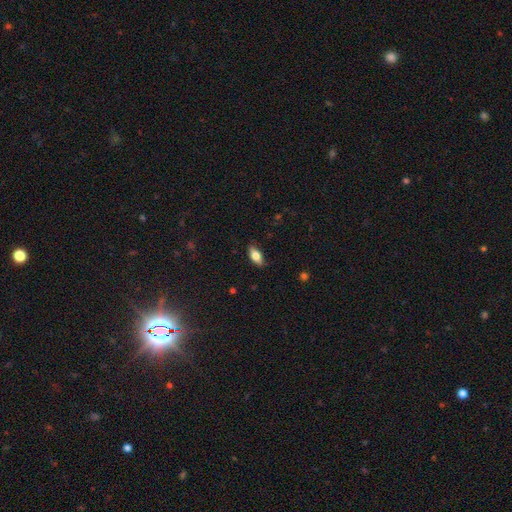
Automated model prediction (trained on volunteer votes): This is likely a smooth galaxy (71%). How rounded: clearly in between (84%). Merging: clearly none (83%).